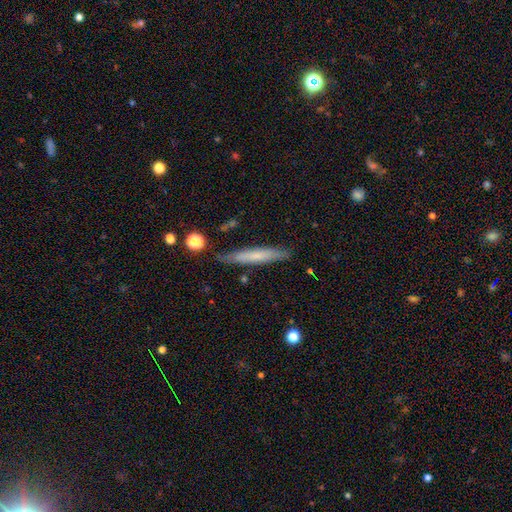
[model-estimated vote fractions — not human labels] Smooth or featured?
  - smooth: 61% *
  - featured or disk: 33%
  - star or artifact: 7%
How rounded?
  - cigar-shaped: 94% *
  - in between: 5%
  - round: 1%
Merging?
  - none: 82% *
  - minor disturbance: 13%
  - major disturbance: 3%
  - merger: 2%